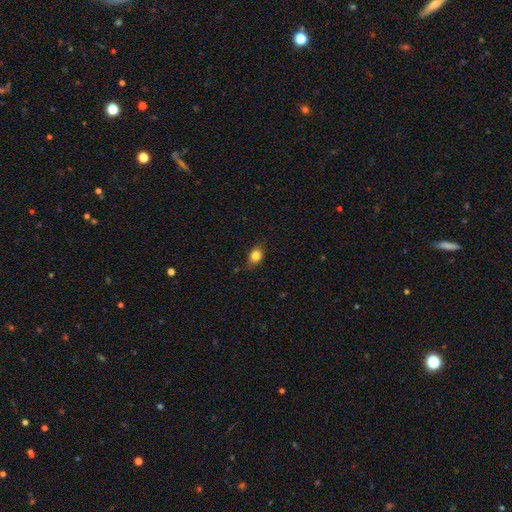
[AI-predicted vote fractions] This is clearly a smooth galaxy (82%). How rounded: possibly in between (55%). Merging: likely none (80%).